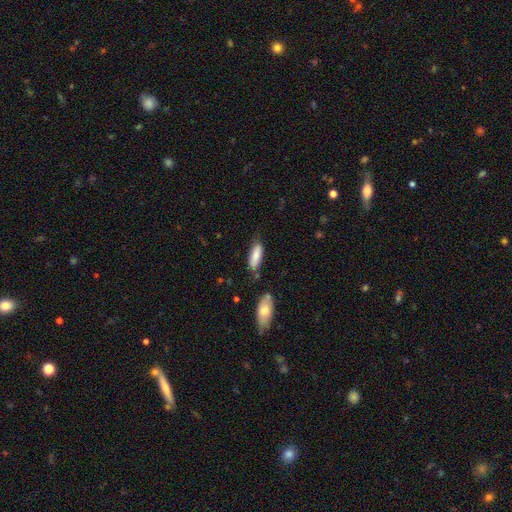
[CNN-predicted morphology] This is clearly a smooth galaxy (82%). How rounded: possibly in between (59%). Merging: likely none (70%).